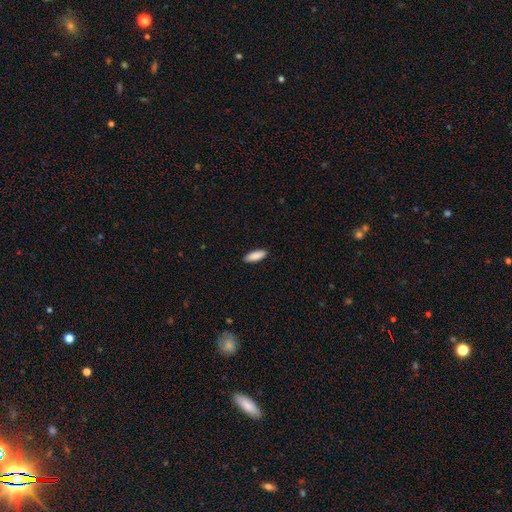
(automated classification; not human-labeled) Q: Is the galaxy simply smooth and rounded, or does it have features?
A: smooth — 90%.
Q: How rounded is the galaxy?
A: in between — 67%.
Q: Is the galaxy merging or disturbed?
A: none — 89%.